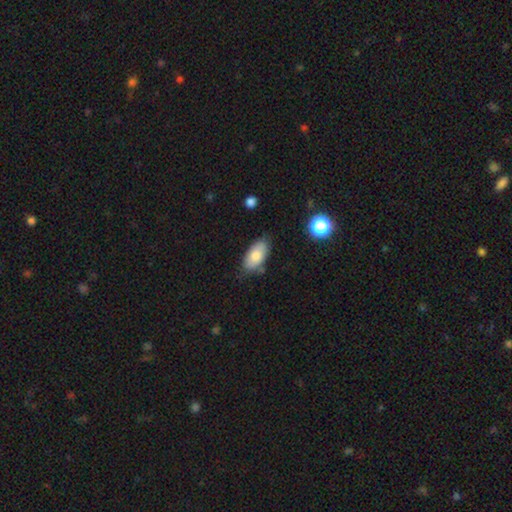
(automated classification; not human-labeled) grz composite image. It shows a smooth galaxy with no disk features (78%) that is in between round and cigar-shaped (93%). Merging: none (74%).